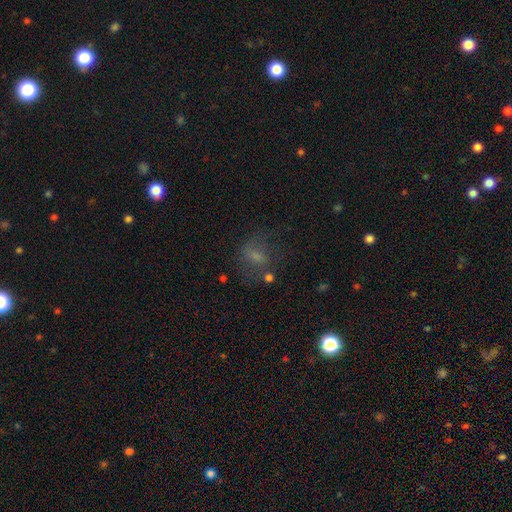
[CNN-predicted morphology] Smooth or featured? Predicted: smooth (p=0.52). How rounded? Predicted: in between (p=0.59). Merging? Predicted: none (p=0.51).